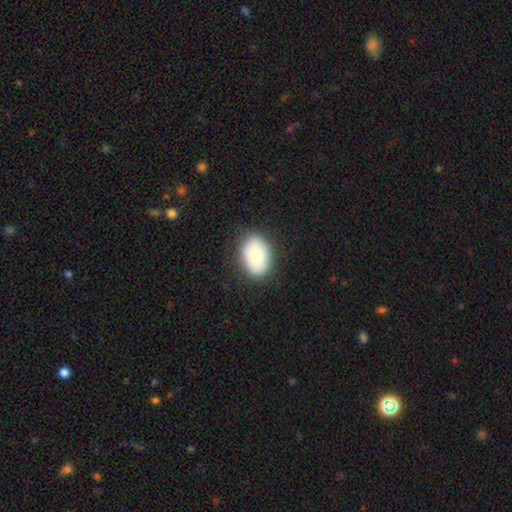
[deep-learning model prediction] This appears to be a smooth galaxy with no disk features (84%) that is in between round and cigar-shaped (79%). Merging: none (83%).